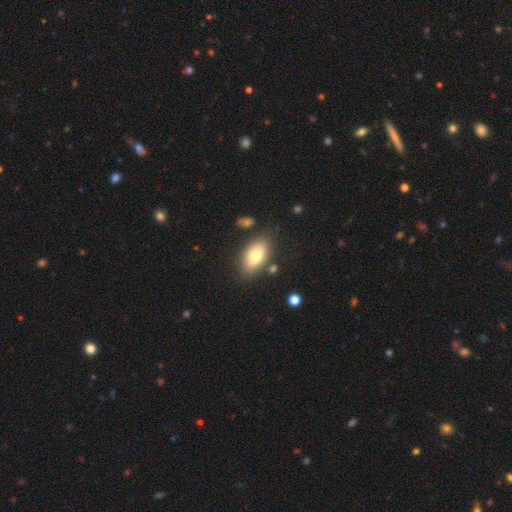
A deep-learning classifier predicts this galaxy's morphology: This appears to be a smooth galaxy with no disk features (74%) that is in between round and cigar-shaped (90%). Merging: none (79%).